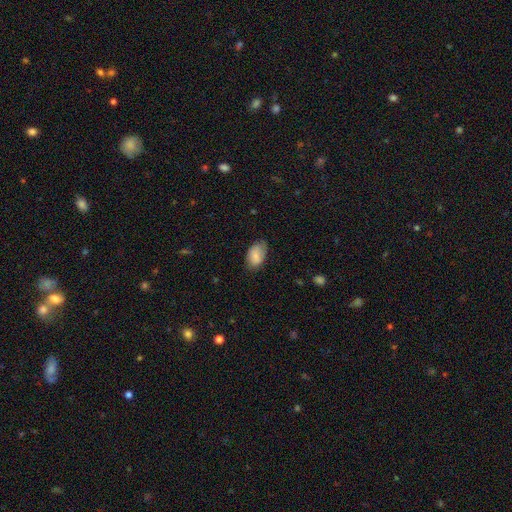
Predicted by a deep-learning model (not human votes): smooth_or_featured: smooth (p=0.79) [alt: featured or disk p=0.14]
how_rounded: in between (p=0.91) [alt: round p=0.08]
merging: none (p=0.66) [alt: minor disturbance p=0.27]